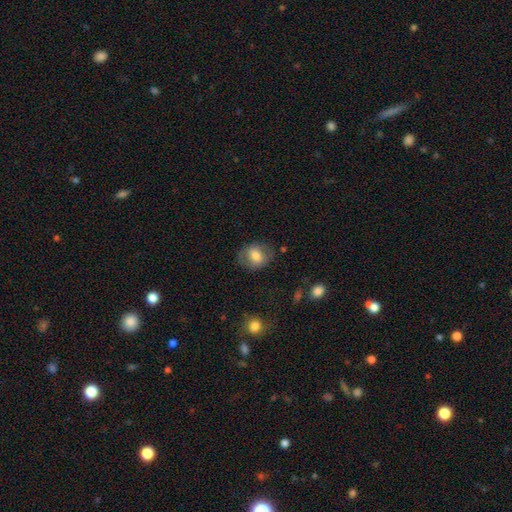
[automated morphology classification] smooth_or_featured: smooth (p=0.68) [alt: featured or disk p=0.23]
how_rounded: round (p=0.51) [alt: in between p=0.48]
merging: none (p=0.73) [alt: minor disturbance p=0.17]